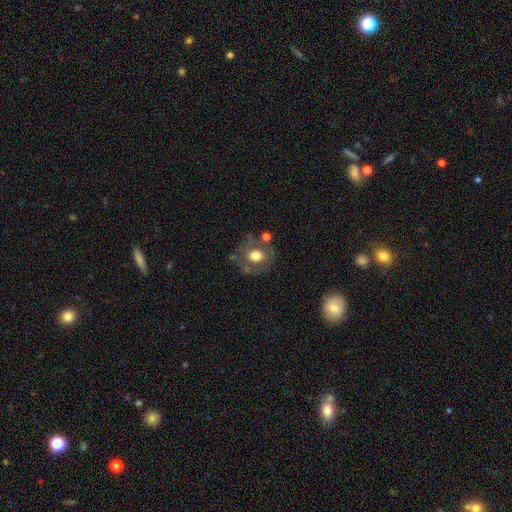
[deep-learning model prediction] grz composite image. It shows a smooth galaxy with no disk features (55%) that is round (70%). Merging: none (63%).